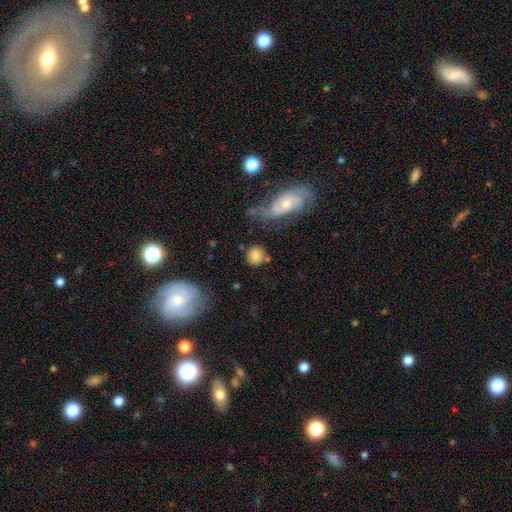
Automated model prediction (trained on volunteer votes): Smooth or featured? Predicted: smooth (p=0.76). How rounded? Predicted: round (p=0.82). Merging? Predicted: none (p=0.70).